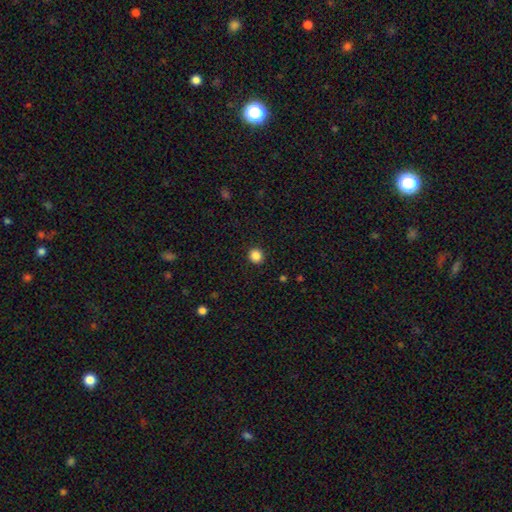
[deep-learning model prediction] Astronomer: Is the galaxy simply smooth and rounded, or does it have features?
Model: smooth — 87%.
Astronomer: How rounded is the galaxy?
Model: round — 87%.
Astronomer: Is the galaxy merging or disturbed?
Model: none — 92%.